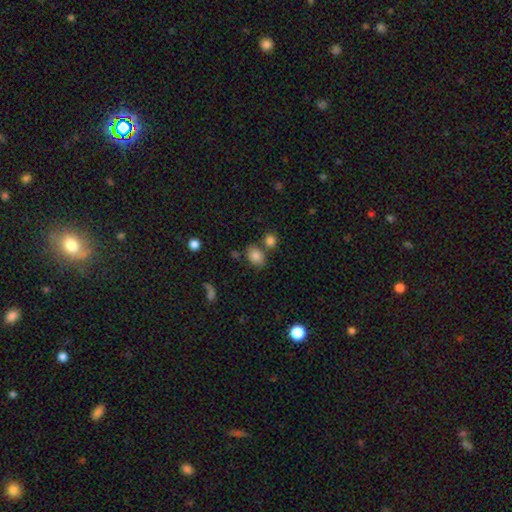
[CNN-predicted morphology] A smooth galaxy with no disk features (82%) that is in between round and cigar-shaped (66%). Merging: none (65%).